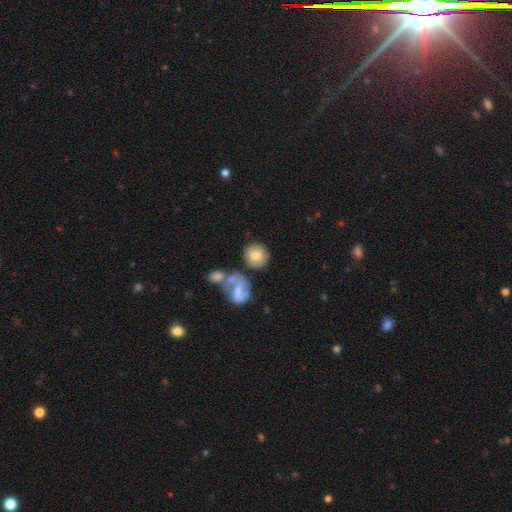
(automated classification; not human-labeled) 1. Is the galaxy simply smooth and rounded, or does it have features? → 74% smooth, 18% featured or disk, 9% star or artifact.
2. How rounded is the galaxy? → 78% round, 20% in between, 1% cigar-shaped.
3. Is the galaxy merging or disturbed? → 62% none, 20% merger, 12% minor disturbance, 6% major disturbance.